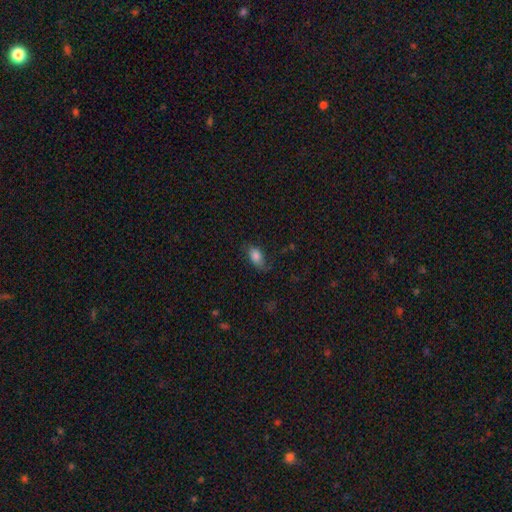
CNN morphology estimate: Overall: smooth (80%). How rounded: in between (89%). Merging: none (65%).